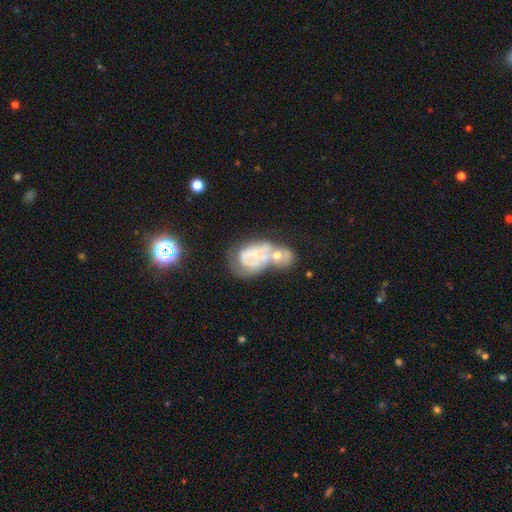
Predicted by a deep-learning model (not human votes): This is likely a featured or disk galaxy (62%). It is clearly not viewed edge-on (97%). Bar: likely no (79%). Spiral arm pattern: possibly no (54%). Central bulge: marginally small (43%). Merging: possibly merger (55%).